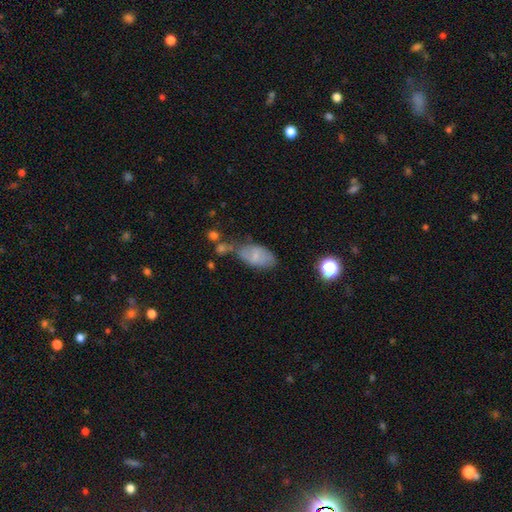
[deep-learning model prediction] Smooth or featured? Predicted: smooth (p=0.63). How rounded? Predicted: in between (p=0.92). Merging? Predicted: none (p=0.43).